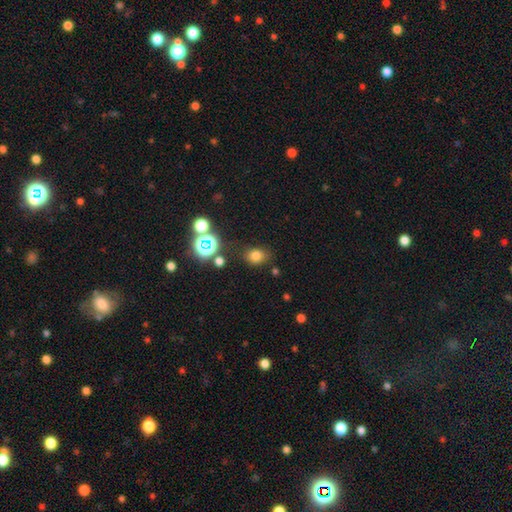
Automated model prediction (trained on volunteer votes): Overall: smooth (74%). How rounded: round (55%; in between 44%). Merging: none (78%).